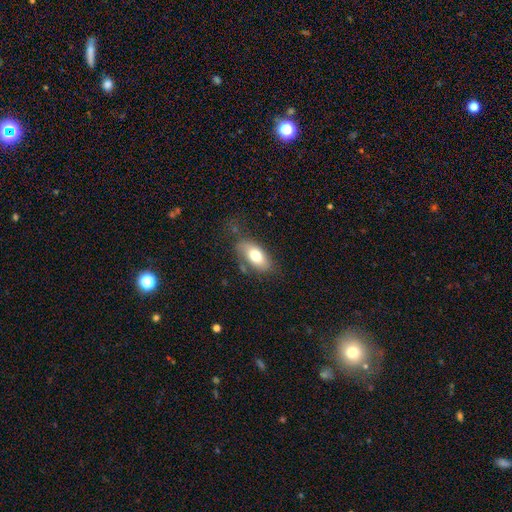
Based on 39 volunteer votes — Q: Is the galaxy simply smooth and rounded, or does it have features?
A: smooth — 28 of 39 (72%).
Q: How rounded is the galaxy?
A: in between — 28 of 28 (100%).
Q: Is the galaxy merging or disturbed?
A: none — 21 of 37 (57%).